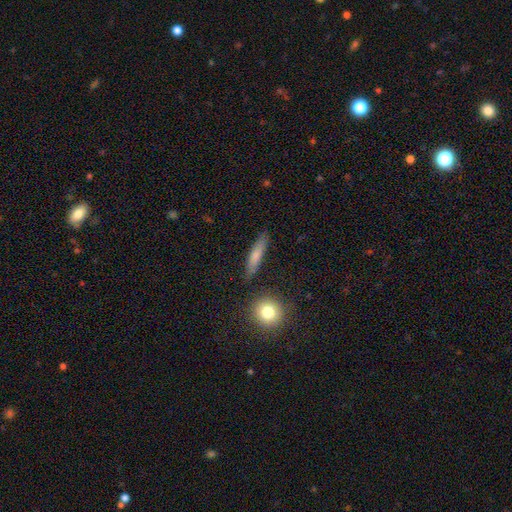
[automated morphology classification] smooth_or_featured: smooth (p=0.73) [alt: featured or disk p=0.20]
how_rounded: cigar-shaped (p=0.79) [alt: in between p=0.17]
merging: none (p=0.85) [alt: minor disturbance p=0.10]